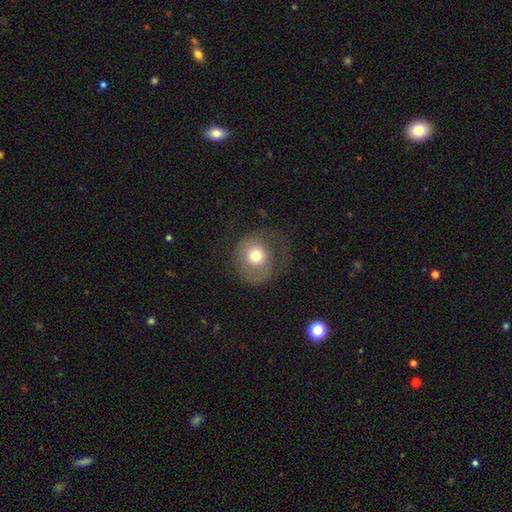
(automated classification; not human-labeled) smooth-or-featured: smooth: 63% | featured or disk: 28% | star or artifact: 9%
  how-rounded: round: 79% | in between: 20% | cigar-shaped: 1%
  merging: none: 46% | major disturbance: 31% | minor disturbance: 21% | merger: 1%